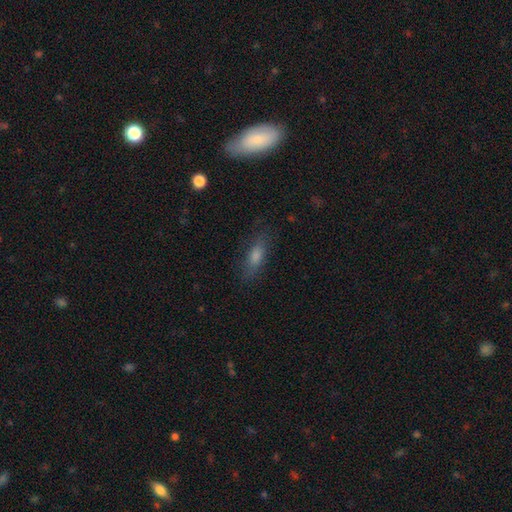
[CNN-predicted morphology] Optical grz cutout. It shows a smooth galaxy with no disk features (64%) that is in between round and cigar-shaped (53%). Merging: none (80%).